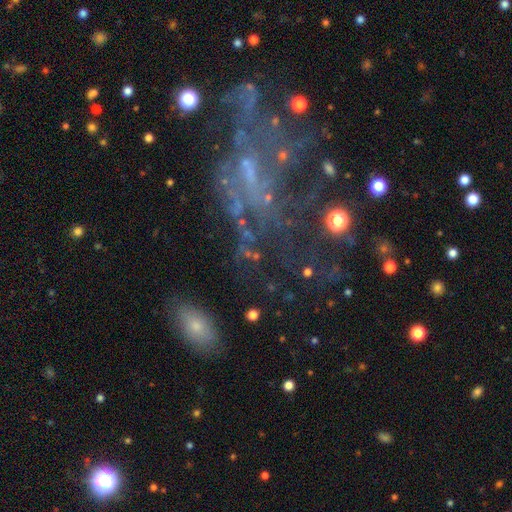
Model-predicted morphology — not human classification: A featured or disk galaxy (46%).

Vote fractions:
- Smooth or featured? featured or disk: 46% / star or artifact: 27% / smooth: 27%
- Merging? none: 58% / major disturbance: 18% / minor disturbance: 17% / merger: 7%